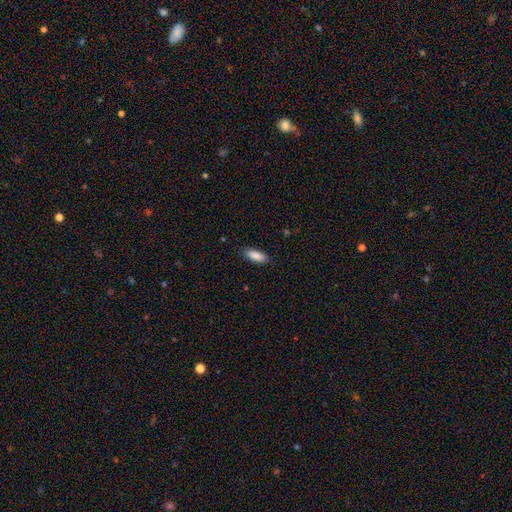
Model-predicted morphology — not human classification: type=smooth (88%); roundness=in between (72%); merging=none (86%).